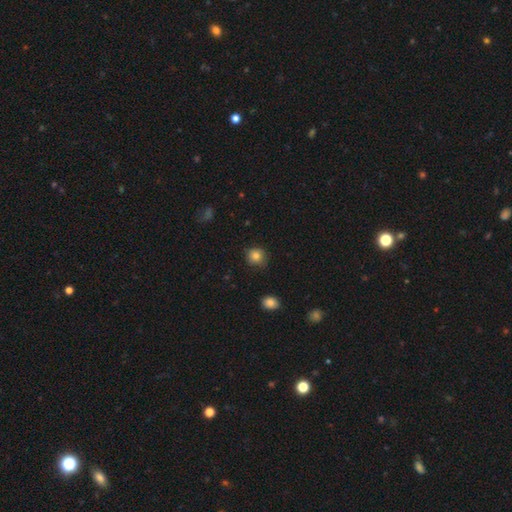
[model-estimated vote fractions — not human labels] Smooth or featured? smooth (83%)
How rounded? round (88%)
Merging? none (82%)